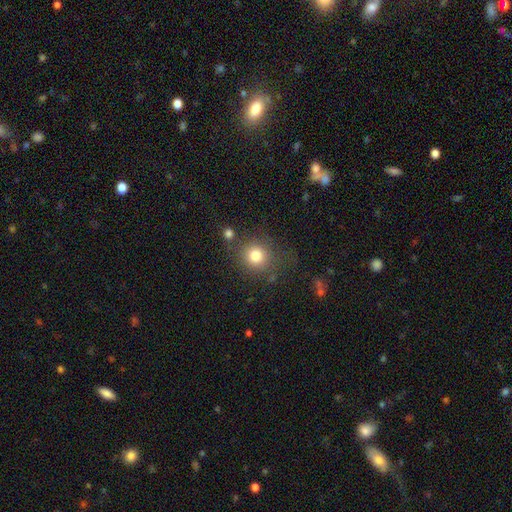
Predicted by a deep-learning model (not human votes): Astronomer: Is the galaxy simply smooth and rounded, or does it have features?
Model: smooth — 80%.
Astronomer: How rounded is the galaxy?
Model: round — 88%.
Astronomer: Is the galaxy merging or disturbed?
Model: none — 76%.